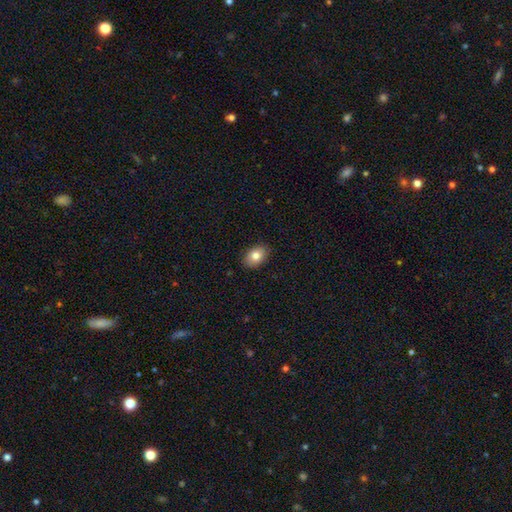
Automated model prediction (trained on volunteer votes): Smooth or featured? Predicted: smooth (p=0.81). How rounded? Predicted: in between (p=0.84). Merging? Predicted: none (p=0.89).